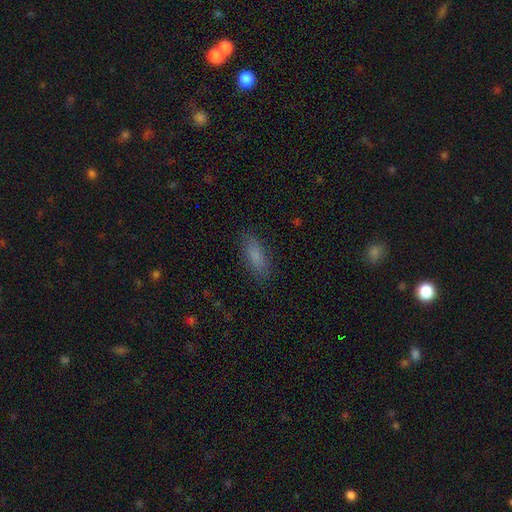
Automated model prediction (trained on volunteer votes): The model was most divided on "how rounded": in between: 68%, cigar-shaped: 29%, round: 2%. More confident: merging — none (85%); smooth or featured — smooth (84%).